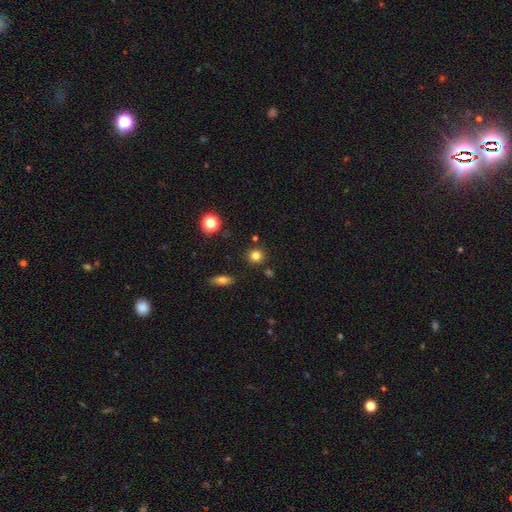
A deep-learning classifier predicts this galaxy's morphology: type=smooth (80%); roundness=round (90%); merging=none (87%).